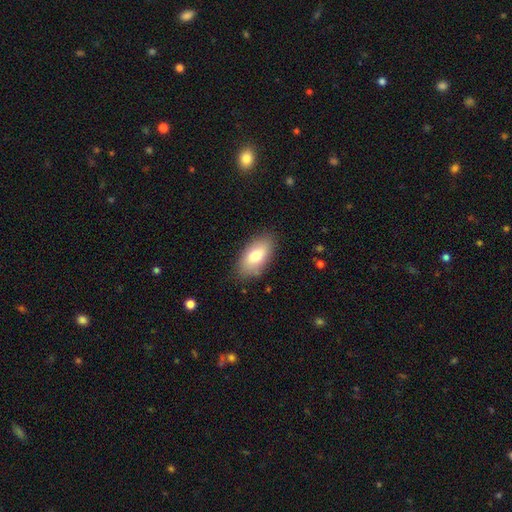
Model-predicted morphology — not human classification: smooth-or-featured: smooth: 75% | featured or disk: 18% | star or artifact: 7%
  how-rounded: in between: 92% | cigar-shaped: 5% | round: 4%
  merging: none: 83% | minor disturbance: 12% | major disturbance: 3% | merger: 1%